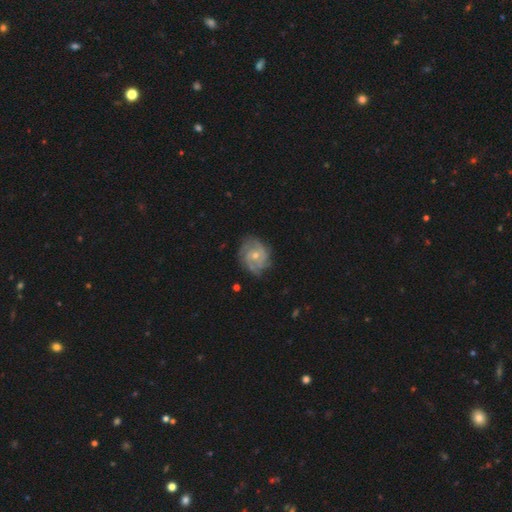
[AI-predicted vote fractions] featured or disk 85%, smooth 10%, star or artifact 5%. Down the decision tree: edge-on disk — no (98%); bar — no (72%); spiral arms — yes (96%); spiral arm count — 3 (34%); spiral winding — tight (60%); bulge size — small (52%); merging — none (73%).